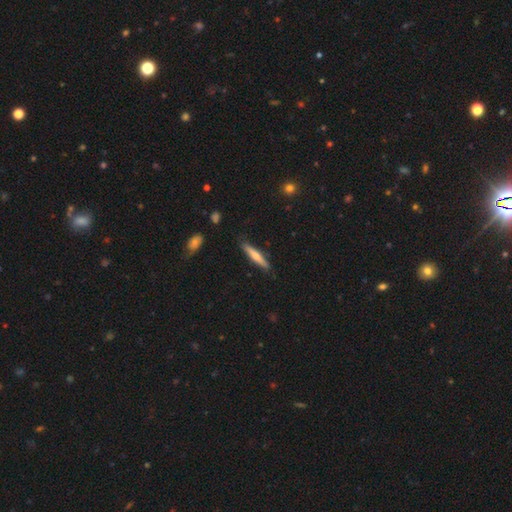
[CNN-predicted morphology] smooth 58%, featured or disk 37%, star or artifact 6%. Down the decision tree: how rounded — cigar-shaped (91%); merging — none (86%).